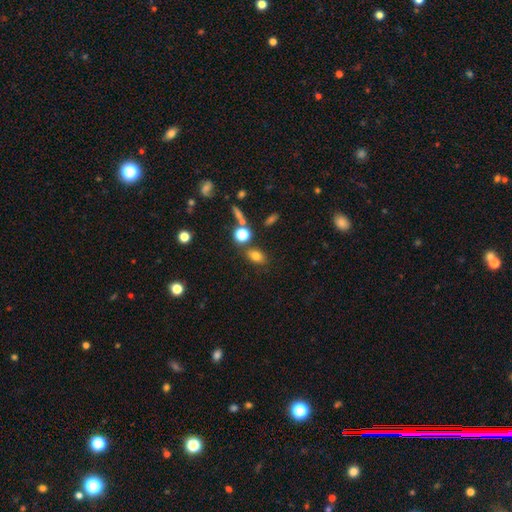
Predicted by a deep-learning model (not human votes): smooth-or-featured: smooth: 77% | star or artifact: 14% | featured or disk: 9%
  how-rounded: in between: 73% | round: 24% | cigar-shaped: 3%
  merging: none: 73% | minor disturbance: 12% | merger: 10% | major disturbance: 4%